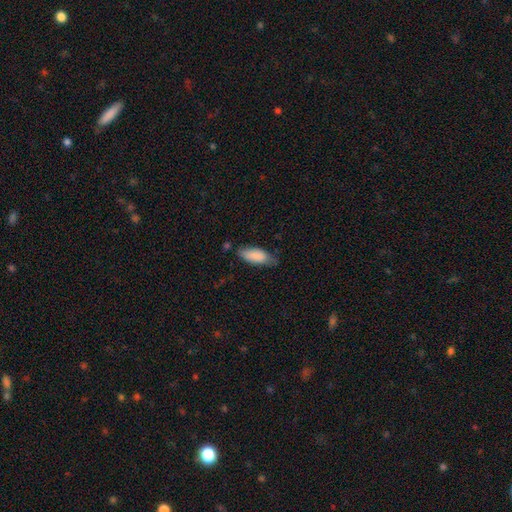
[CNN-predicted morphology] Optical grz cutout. It shows a smooth galaxy with no disk features (86%) that is in between round and cigar-shaped (77%). Merging: none (61%).